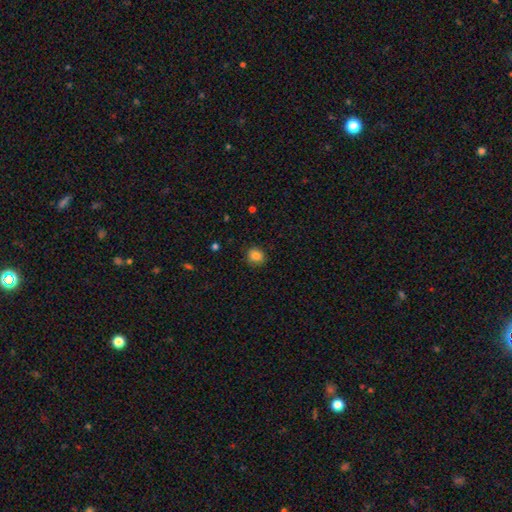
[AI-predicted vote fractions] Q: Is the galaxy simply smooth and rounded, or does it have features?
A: smooth — 85%.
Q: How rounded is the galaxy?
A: round — 74%.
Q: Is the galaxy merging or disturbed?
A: none — 86%.